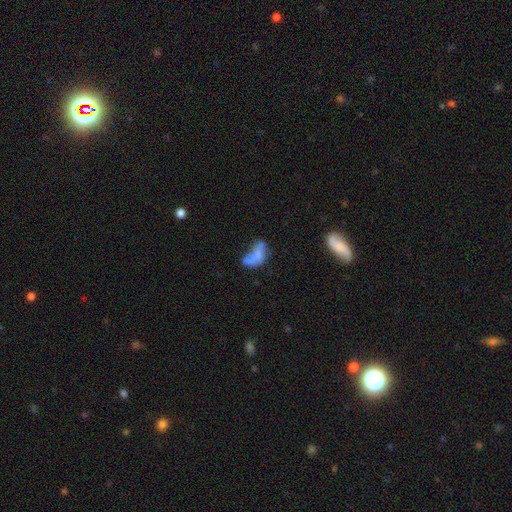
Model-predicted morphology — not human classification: Q: Smooth or featured?
A: smooth (55%); runner-up: featured or disk (33%)
Q: How rounded?
A: in between (88%); runner-up: round (7%)
Q: Merging?
A: major disturbance (29%); runner-up: merger (25%)